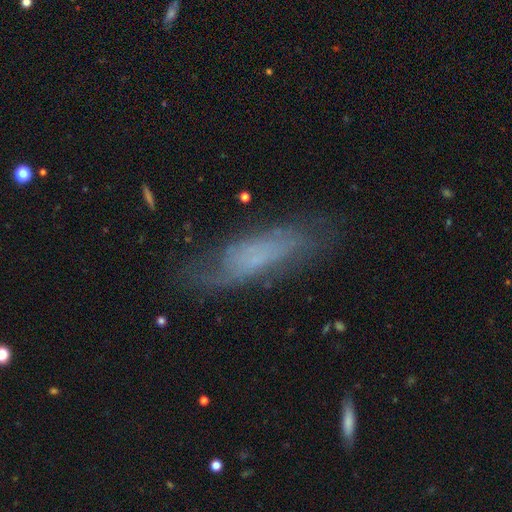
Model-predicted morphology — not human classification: Smooth or featured: featured or disk — 47% (smooth — 43%)
Merging: none — 62% (minor disturbance — 24%)